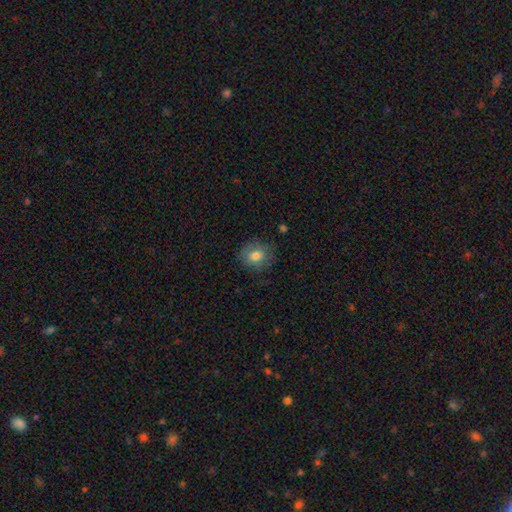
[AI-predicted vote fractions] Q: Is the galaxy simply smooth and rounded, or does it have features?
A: smooth — 78%.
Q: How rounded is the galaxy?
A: round — 78%.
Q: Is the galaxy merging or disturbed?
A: none — 79%.